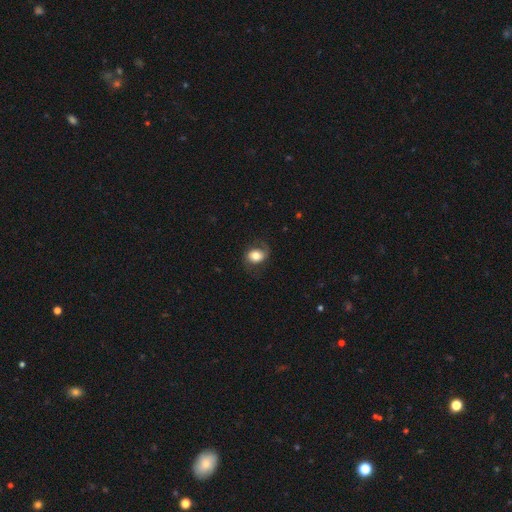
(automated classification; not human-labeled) This is likely a smooth galaxy (64%). How rounded: possibly in between (59%). Merging: likely none (69%).